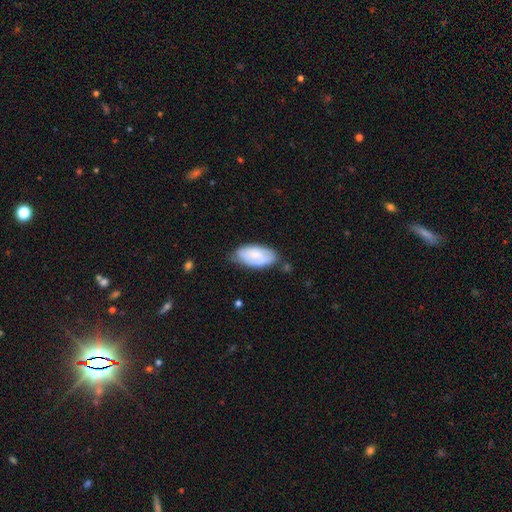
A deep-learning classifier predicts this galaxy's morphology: Q: Smooth or featured?
A: smooth (59%); runner-up: featured or disk (34%)
Q: How rounded?
A: in between (93%); runner-up: cigar-shaped (4%)
Q: Merging?
A: none (62%); runner-up: minor disturbance (28%)